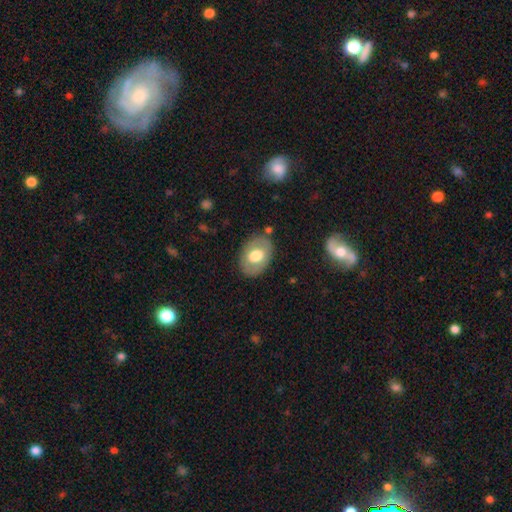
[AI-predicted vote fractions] This appears to be a smooth galaxy with no disk features (62%) that is in between round and cigar-shaped (80%). Merging: none (82%).